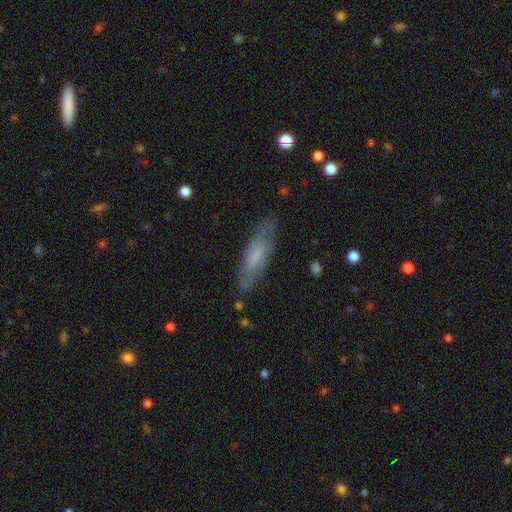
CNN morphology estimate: Smooth or featured? smooth (57%)
How rounded? cigar-shaped (65%)
Merging? none (79%)